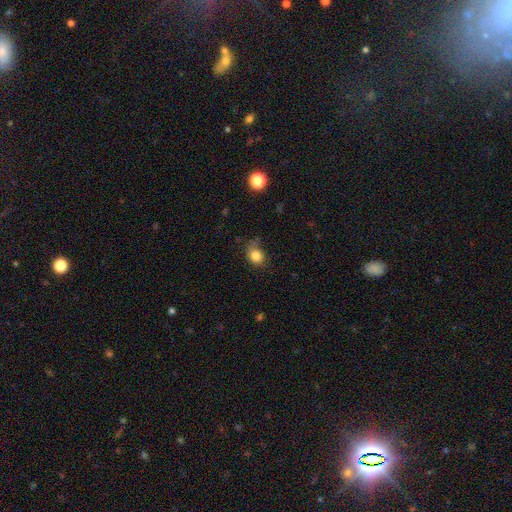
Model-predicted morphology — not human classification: This appears to be a smooth galaxy with no disk features (84%) that is round (57%). Merging: none (61%).